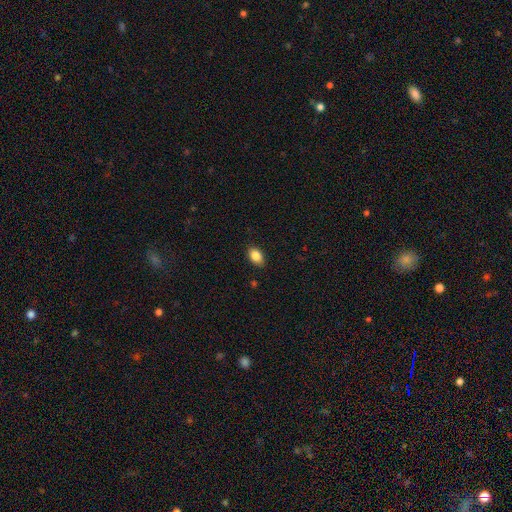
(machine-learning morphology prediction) Smooth or featured? Predicted: smooth (p=0.86). How rounded? Predicted: in between (p=0.86). Merging? Predicted: none (p=0.86).